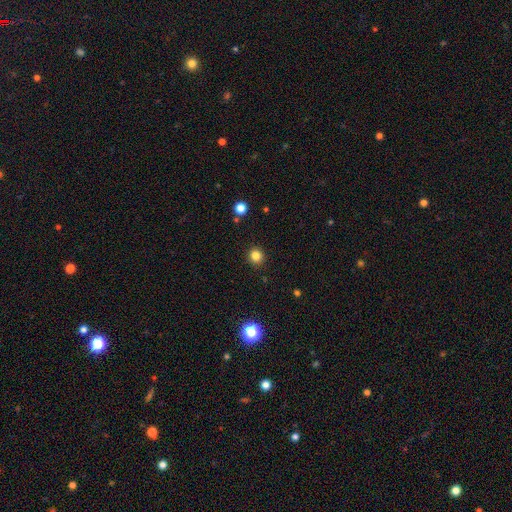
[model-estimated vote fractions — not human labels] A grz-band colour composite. It shows a smooth galaxy with no disk features (83%) that is round (92%). Merging: none (92%).